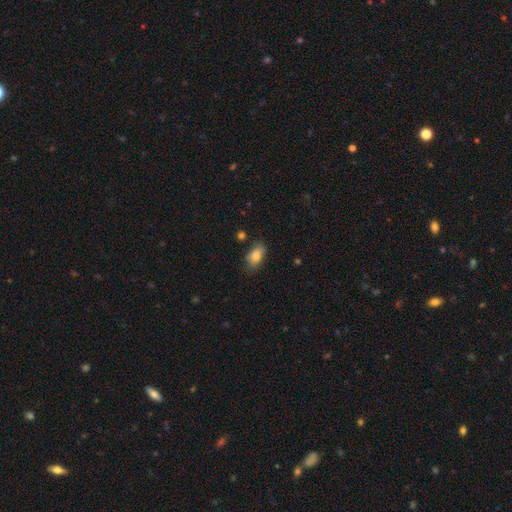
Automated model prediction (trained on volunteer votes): Smooth or featured? smooth (81%)
How rounded? in between (87%)
Merging? none (67%)